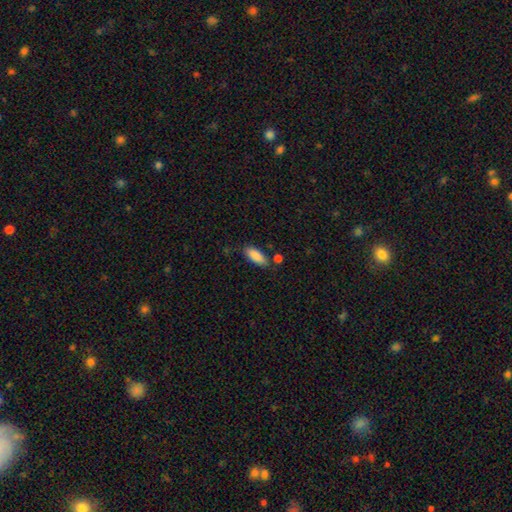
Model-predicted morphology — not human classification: A smooth galaxy with no disk features (87%) that is in between round and cigar-shaped (80%). Merging: none (75%).